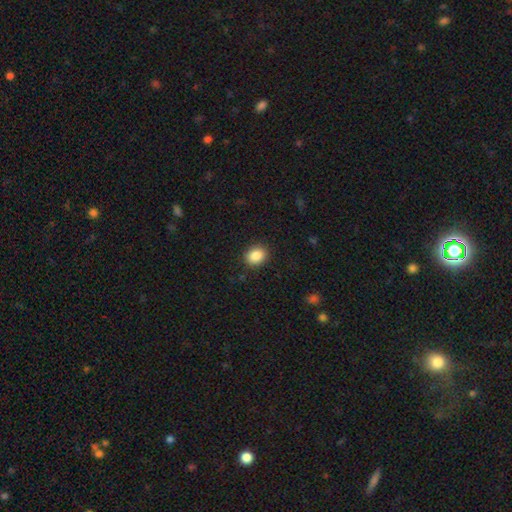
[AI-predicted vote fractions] Overall: smooth (87%). How rounded: round (52%; in between 48%). Merging: none (89%).